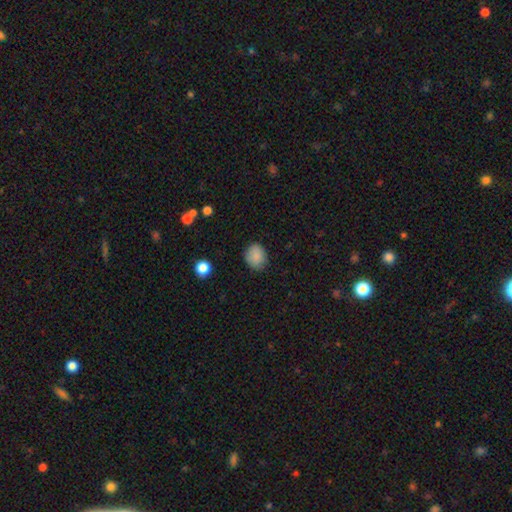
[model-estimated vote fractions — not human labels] smooth_or_featured: smooth (p=0.87) [alt: star or artifact p=0.09]
how_rounded: round (p=0.59) [alt: in between p=0.41]
merging: none (p=0.81) [alt: minor disturbance p=0.14]